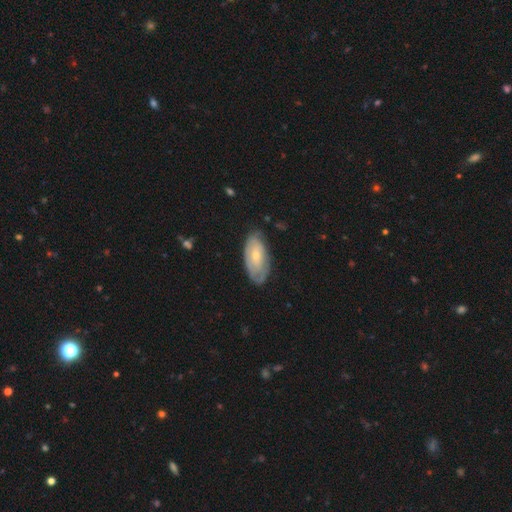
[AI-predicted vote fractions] featured or disk 49%, smooth 45%, star or artifact 6%. Down the decision tree: merging — none (69%).